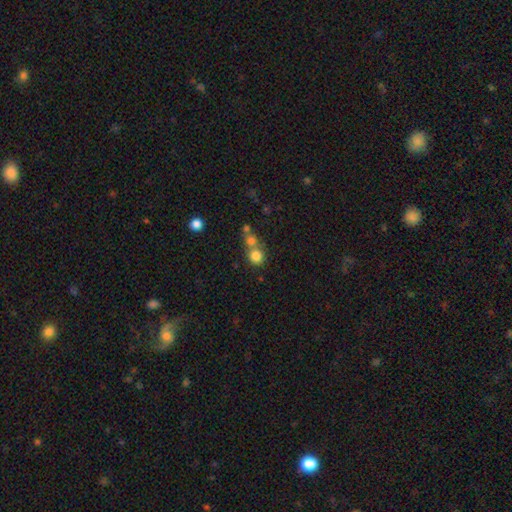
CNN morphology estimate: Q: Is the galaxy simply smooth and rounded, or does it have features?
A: smooth — 79%.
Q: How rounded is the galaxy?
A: round — 88%.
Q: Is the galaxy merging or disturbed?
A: none — 48%.